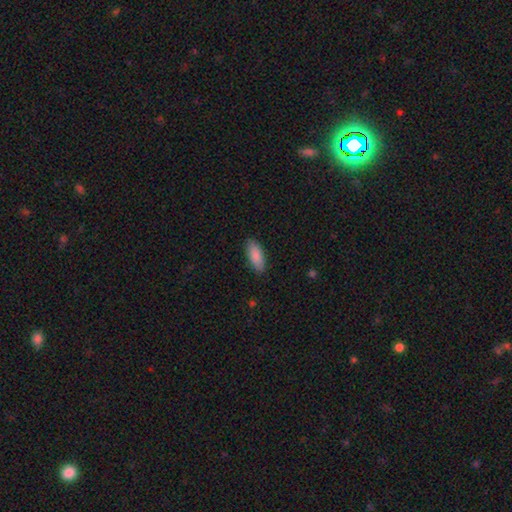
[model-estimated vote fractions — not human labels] A smooth galaxy with no disk features (89%) that is in between round and cigar-shaped (83%). Merging: none (87%).